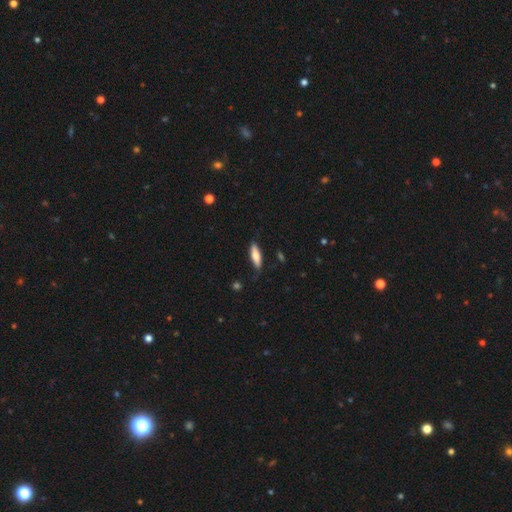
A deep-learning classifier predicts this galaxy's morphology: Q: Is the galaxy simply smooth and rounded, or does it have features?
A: smooth — 75%.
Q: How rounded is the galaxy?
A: cigar-shaped — 52%.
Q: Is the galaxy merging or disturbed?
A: none — 77%.